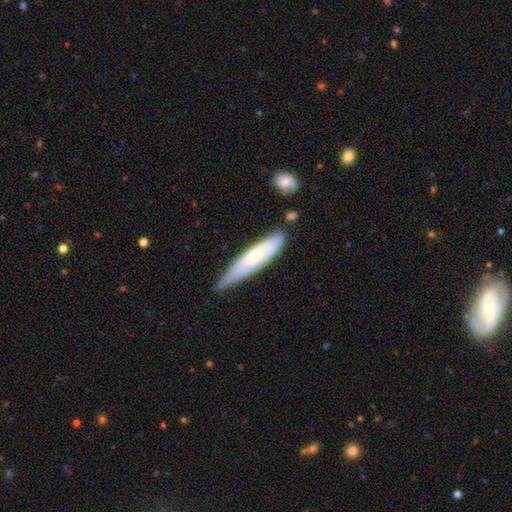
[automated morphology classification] Smooth or featured?
  - featured or disk: 60% *
  - smooth: 34%
  - star or artifact: 6%
Edge-on disk?
  - no: 60% *
  - yes: 40%
Merging?
  - none: 56% *
  - minor disturbance: 32%
  - major disturbance: 7%
  - merger: 5%